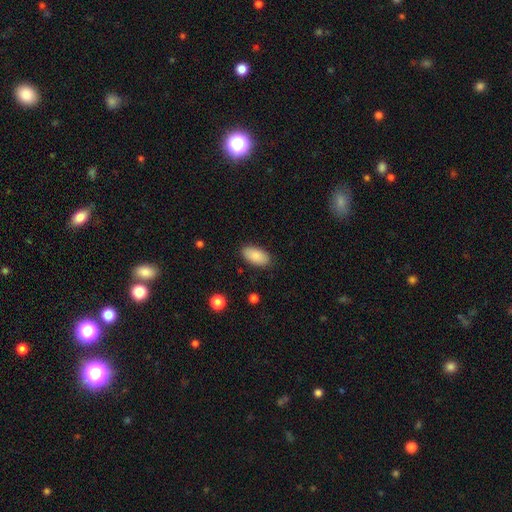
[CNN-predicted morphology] This appears to be a smooth galaxy with no disk features (87%) that is in between round and cigar-shaped (94%). Merging: none (87%).